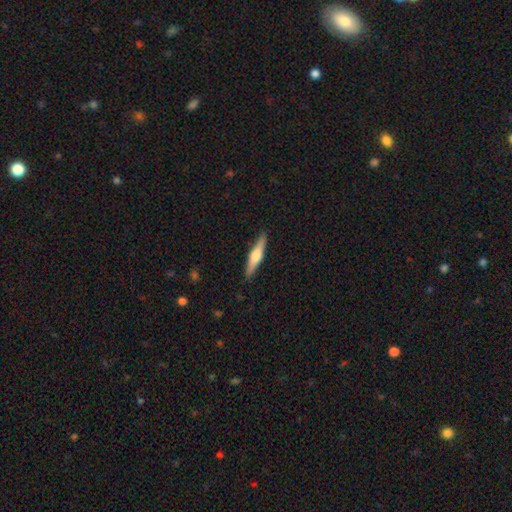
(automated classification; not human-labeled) A featured or disk galaxy (52%) viewed edge-on (96%) with a rounded central bulge (83%).

Vote fractions:
- Smooth or featured? featured or disk: 52% / smooth: 42% / star or artifact: 5%
- Edge-on disk? yes: 96% / no: 4%
- Edge-on bulge? rounded: 83% / boxy: 12% / none: 5%
- Merging? none: 89% / minor disturbance: 8% / major disturbance: 2% / merger: 1%